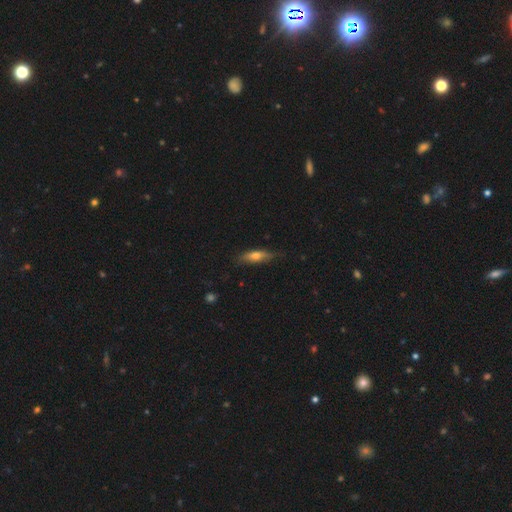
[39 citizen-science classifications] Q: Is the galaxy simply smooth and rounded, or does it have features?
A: smooth — 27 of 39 (69%).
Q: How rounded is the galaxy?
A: in between — 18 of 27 (67%).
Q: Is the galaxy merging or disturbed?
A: none — 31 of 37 (84%).